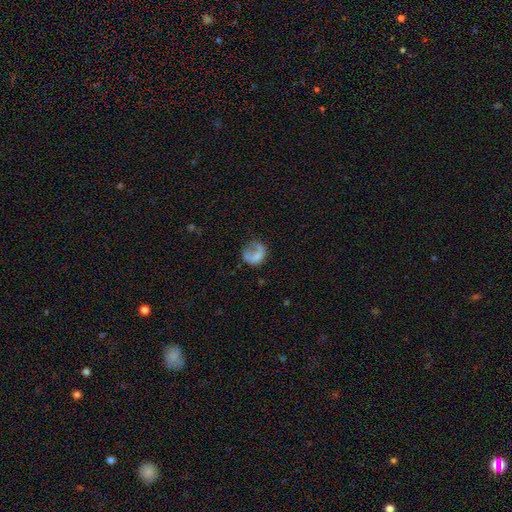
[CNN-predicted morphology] Smooth or featured: smooth — 60% (featured or disk — 29%)
How rounded: round — 66% (in between — 33%)
Merging: major disturbance — 40% (none — 34%)